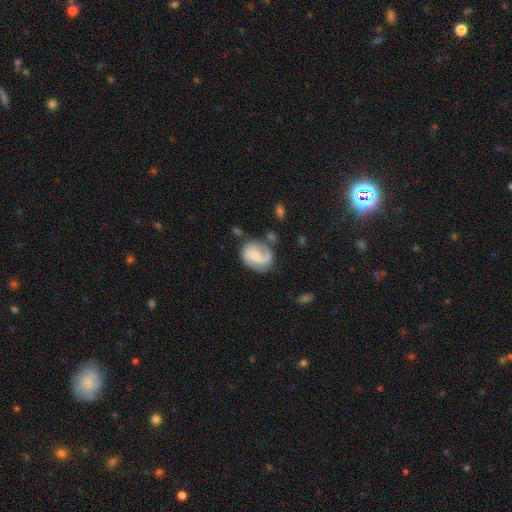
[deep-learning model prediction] A featured or disk galaxy (61%) with no bar (61%), 2 (53%) medium (42%) spiral arms (89%) and a small central bulge (47%).

Vote fractions:
- Smooth or featured? featured or disk: 61% / smooth: 32% / star or artifact: 7%
- Edge-on disk? no: 98% / yes: 2%
- Bar? no: 61% / weak: 33% / strong: 6%
- Spiral arms? yes: 89% / no: 11%
- Spiral winding? medium: 42% / loose: 29% / tight: 29%
- Spiral arm count? 2: 53% / 1: 34% / can't tell: 10% / 3: 2% / 4: 1% / more than 4: 1%
- Bulge size? small: 47% / moderate: 27% / none: 20% / large: 4% / dominant: 2%
- Merging? none: 57% / minor disturbance: 23% / major disturbance: 14% / merger: 6%